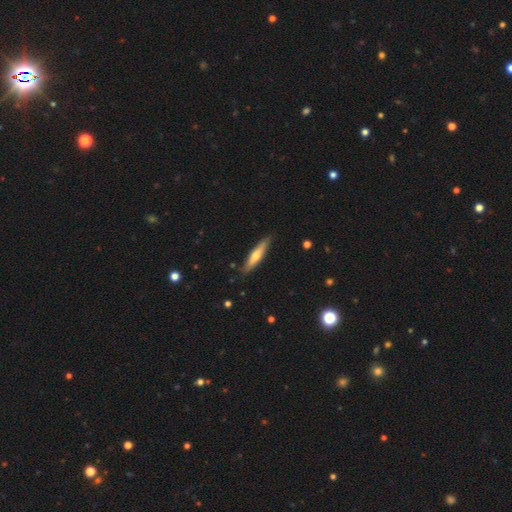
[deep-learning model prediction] smooth_or_featured: smooth (p=0.51) [alt: featured or disk p=0.43]
how_rounded: cigar-shaped (p=0.83) [alt: in between p=0.16]
merging: none (p=0.85) [alt: minor disturbance p=0.12]